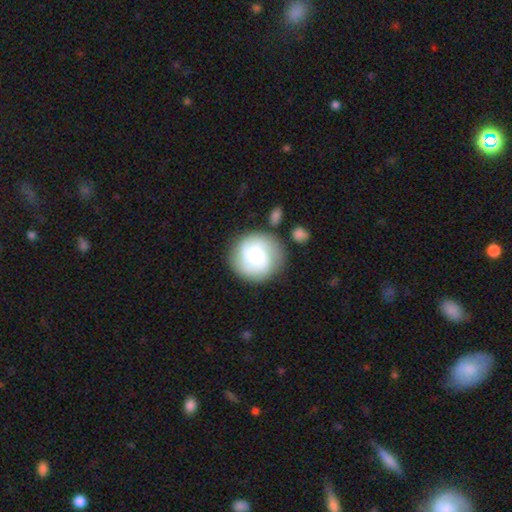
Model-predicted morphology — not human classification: smooth_or_featured: featured or disk (p=0.59) [alt: smooth p=0.34]
disk_edge_on: no (p=0.98) [alt: yes p=0.02]
bar: no (p=0.72) [alt: weak p=0.24]
has_spiral_arms: yes (p=0.91) [alt: no p=0.09]
spiral_winding: tight (p=0.48) [alt: medium p=0.37]
spiral_arm_count: 3 (p=0.38) [alt: can't tell p=0.22]
bulge_size: moderate (p=0.52) [alt: small p=0.39]
merging: none (p=0.77) [alt: minor disturbance p=0.12]